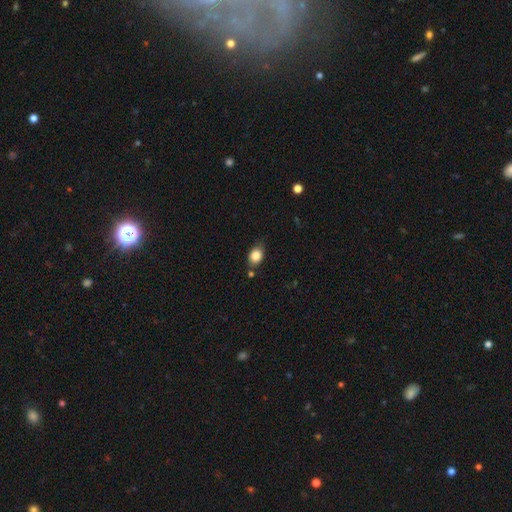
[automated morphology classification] smooth 84%, star or artifact 9%, featured or disk 7%. Down the decision tree: how rounded — in between (62%); merging — none (71%).